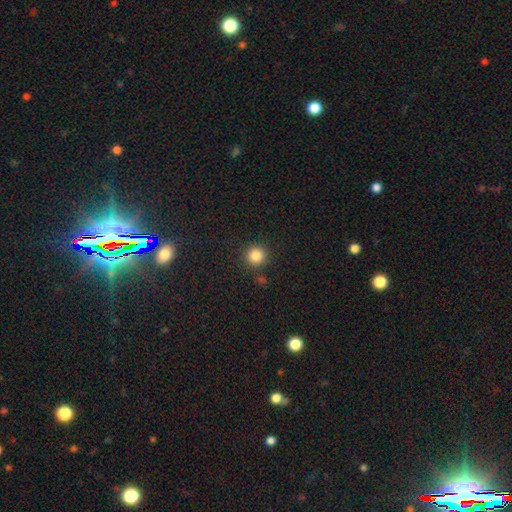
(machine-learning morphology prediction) This appears to be a smooth galaxy with no disk features (84%) that is round (93%). Merging: none (86%).